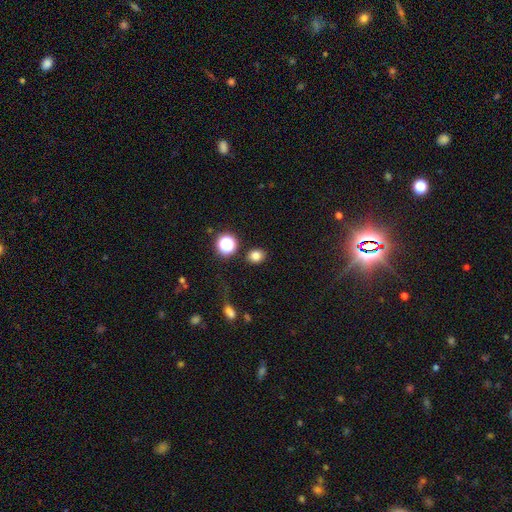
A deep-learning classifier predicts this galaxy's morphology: A smooth galaxy with no disk features (80%) that is round (63%). Merging: none (86%).